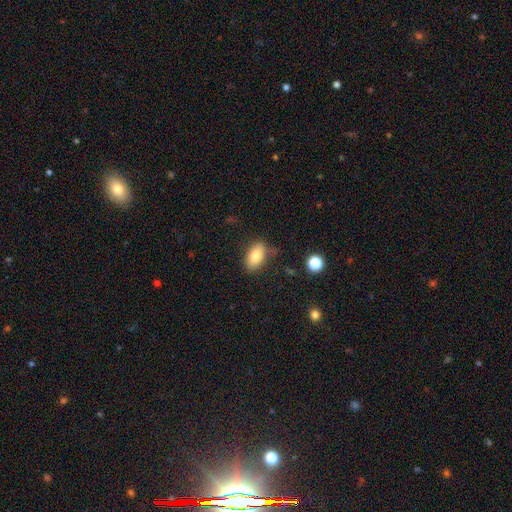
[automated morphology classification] type=smooth (81%); roundness=in between (91%); merging=none (77%).